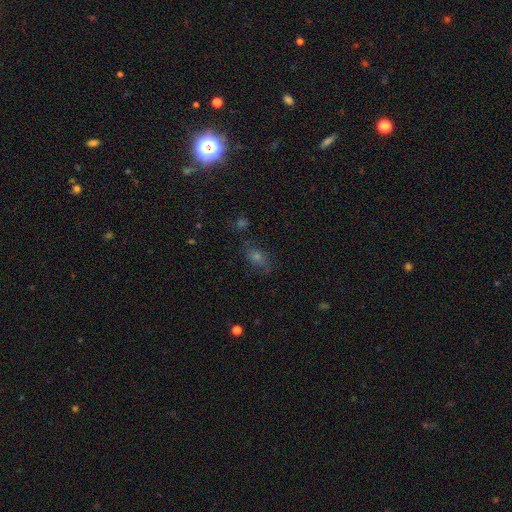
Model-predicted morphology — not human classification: This appears to be a smooth galaxy with no disk features (38%). Merging: none (71%).